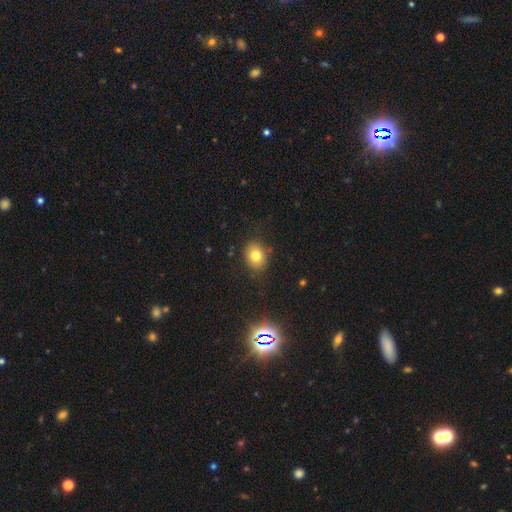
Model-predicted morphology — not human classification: This is likely a smooth galaxy (77%). How rounded: possibly round (53%). Merging: clearly none (82%).